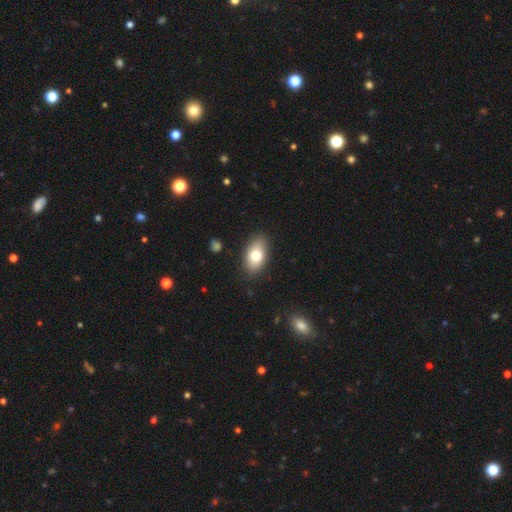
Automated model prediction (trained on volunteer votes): smooth 77%, featured or disk 16%, star or artifact 7%. Down the decision tree: how rounded — in between (91%); merging — none (85%).